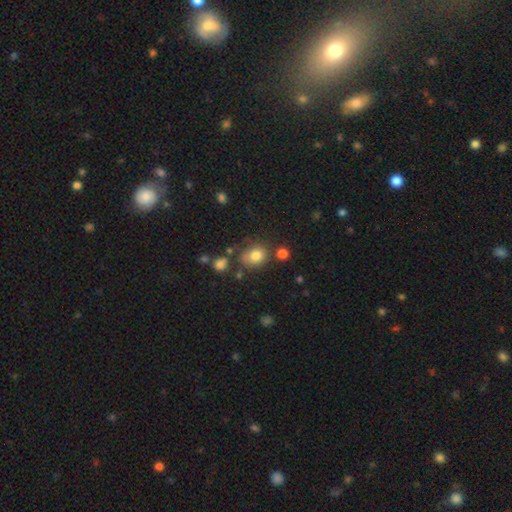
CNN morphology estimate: Smooth or featured: smooth — 79% (star or artifact — 12%)
How rounded: round — 53% (in between — 46%)
Merging: none — 64% (minor disturbance — 19%)